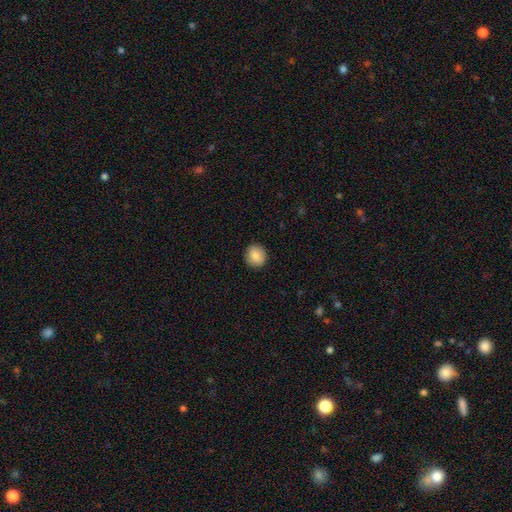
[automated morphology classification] The model was most divided on "how rounded": round: 87%, in between: 12%, cigar-shaped: 1%. More confident: merging — none (91%); smooth or featured — smooth (86%).